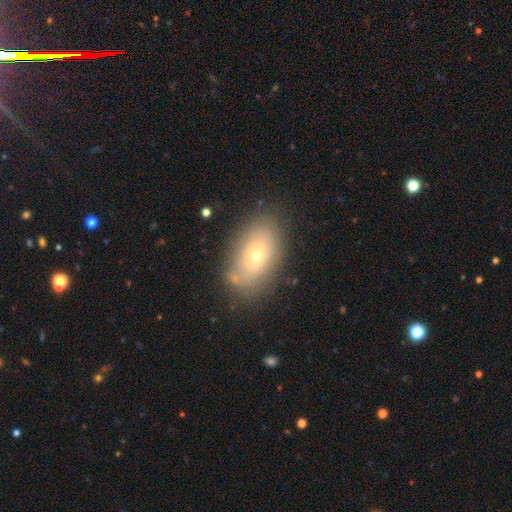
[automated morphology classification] Smooth or featured? smooth (60%)
How rounded? in between (87%)
Merging? none (73%)